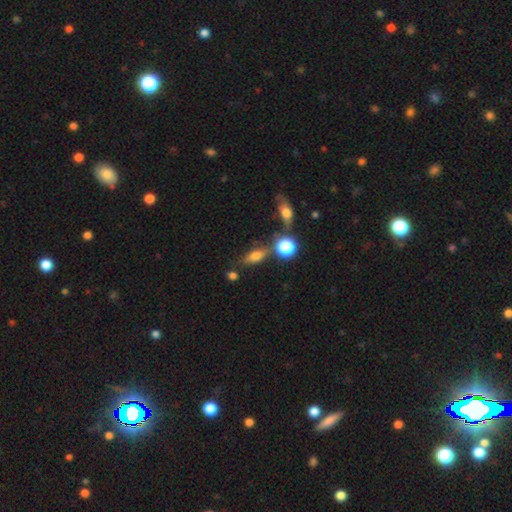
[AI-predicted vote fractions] smooth 62%, featured or disk 23%, star or artifact 15%. Down the decision tree: how rounded — in between (61%); merging — none (64%).